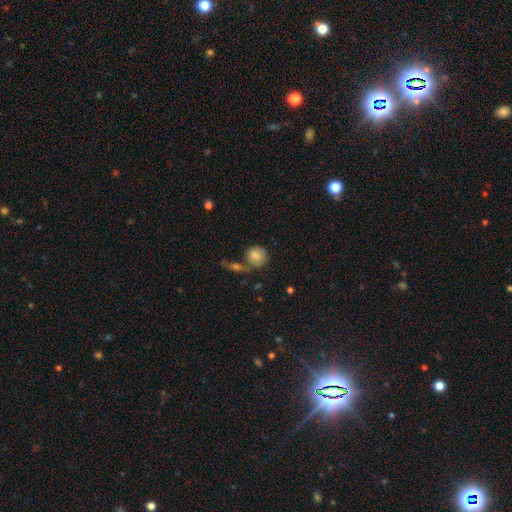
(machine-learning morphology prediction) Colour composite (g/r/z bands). It shows a smooth galaxy with no disk features (79%) that is round (83%). Merging: none (52%).